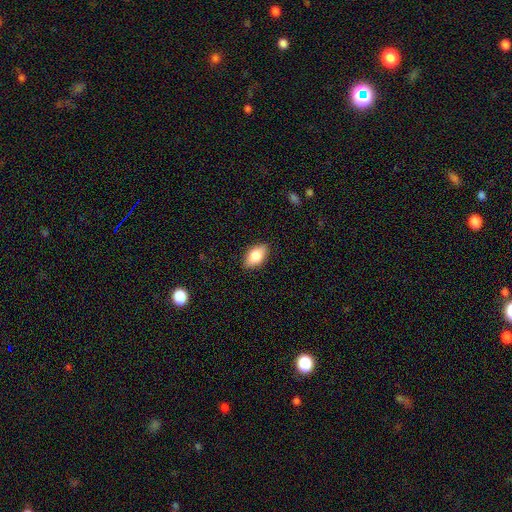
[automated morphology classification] This appears to be a smooth galaxy with no disk features (80%) that is in between round and cigar-shaped (91%). Merging: none (87%).